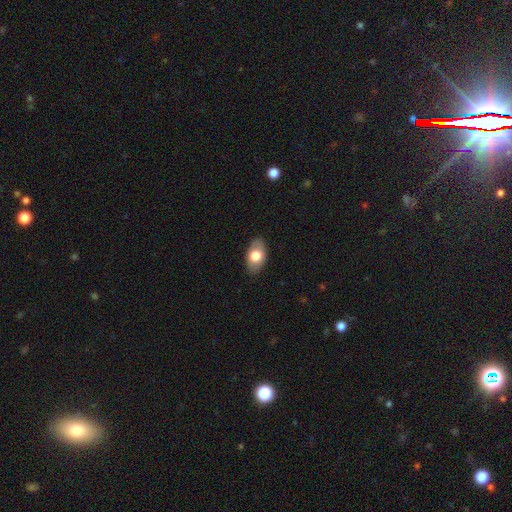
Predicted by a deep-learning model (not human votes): Smooth or featured? smooth (72%)
How rounded? in between (91%)
Merging? none (84%)